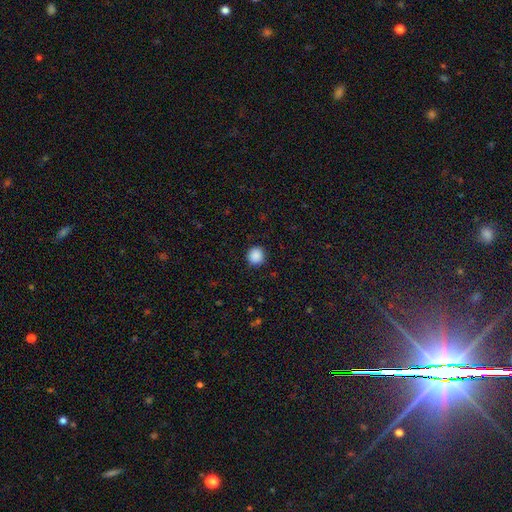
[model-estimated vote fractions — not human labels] A smooth galaxy with no disk features (89%) that is round (92%).

Vote fractions:
- Smooth or featured? smooth: 89% / star or artifact: 9% / featured or disk: 2%
- How rounded? round: 92% / in between: 7% / cigar-shaped: 1%
- Merging? none: 90% / minor disturbance: 7% / major disturbance: 2% / merger: 1%